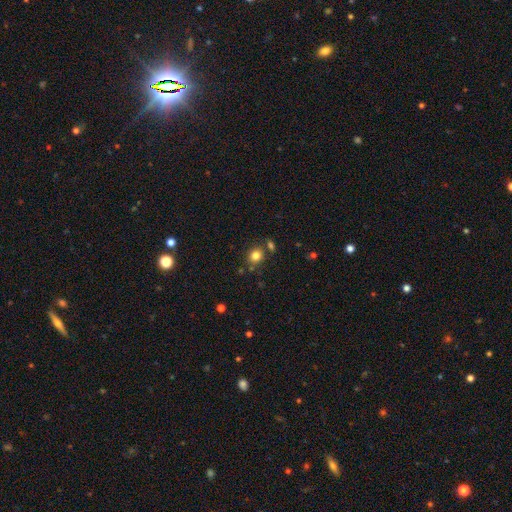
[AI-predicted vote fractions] Morphology: type=smooth (80%); roundness=round (77%); merging=none (74%).